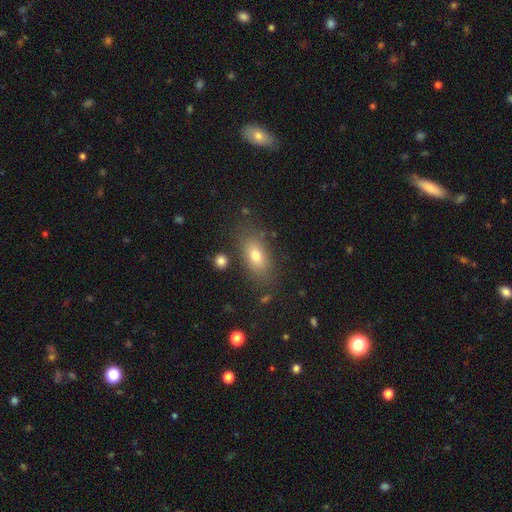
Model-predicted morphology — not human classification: The model was most divided on "smooth or featured": smooth: 74%, featured or disk: 16%, star or artifact: 10%. More confident: how rounded — in between (84%); merging — none (78%).